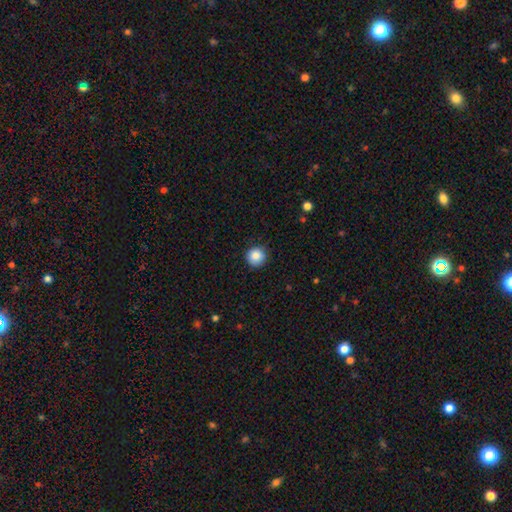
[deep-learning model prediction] smooth 87%, star or artifact 9%, featured or disk 4%. Down the decision tree: how rounded — round (95%); merging — none (90%).